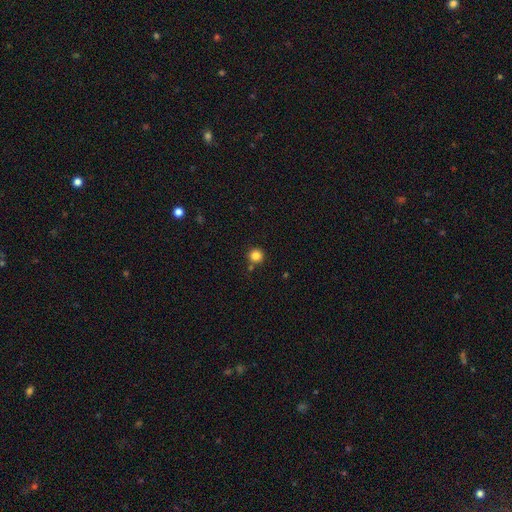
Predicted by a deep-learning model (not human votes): Smooth or featured? smooth (84%)
How rounded? round (94%)
Merging? none (82%)